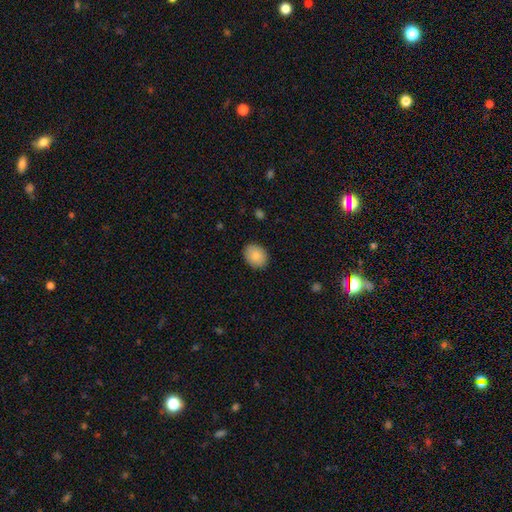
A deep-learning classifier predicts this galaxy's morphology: smooth_or_featured: smooth (p=0.87) [alt: star or artifact p=0.07]
how_rounded: in between (p=0.61) [alt: round p=0.38]
merging: none (p=0.88) [alt: minor disturbance p=0.09]